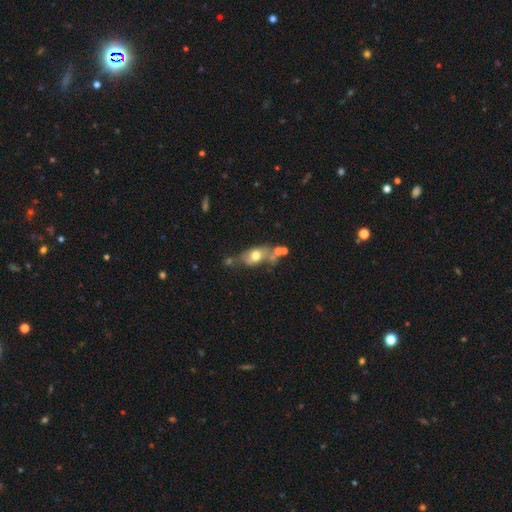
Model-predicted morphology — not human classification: Q: Smooth or featured?
A: smooth (54%); runner-up: featured or disk (35%)
Q: How rounded?
A: in between (74%); runner-up: round (17%)
Q: Merging?
A: none (40%); runner-up: merger (26%)